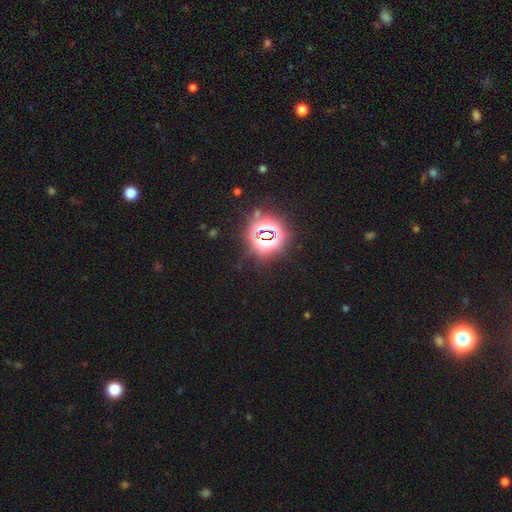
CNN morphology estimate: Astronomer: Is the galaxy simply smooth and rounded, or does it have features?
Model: star or artifact — 82%.